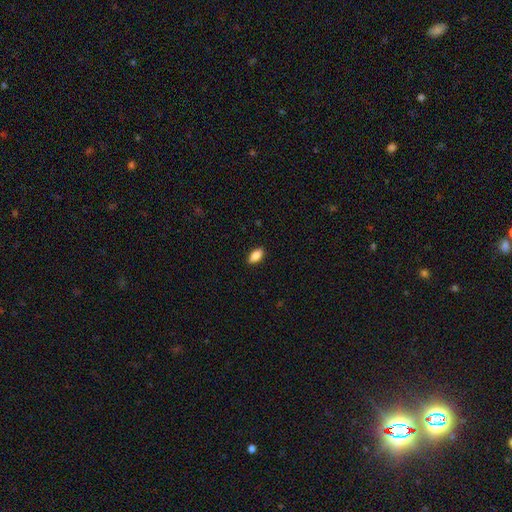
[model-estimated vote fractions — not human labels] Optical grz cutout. It shows a smooth galaxy with no disk features (87%) that is in between round and cigar-shaped (90%). Merging: none (89%).